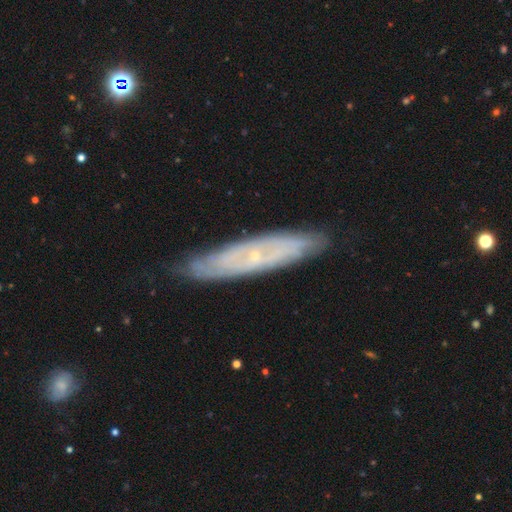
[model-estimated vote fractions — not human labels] The model was most divided on "edge-on disk": no: 64%, yes: 36%. More confident: merging — none (82%); smooth or featured — featured or disk (72%).